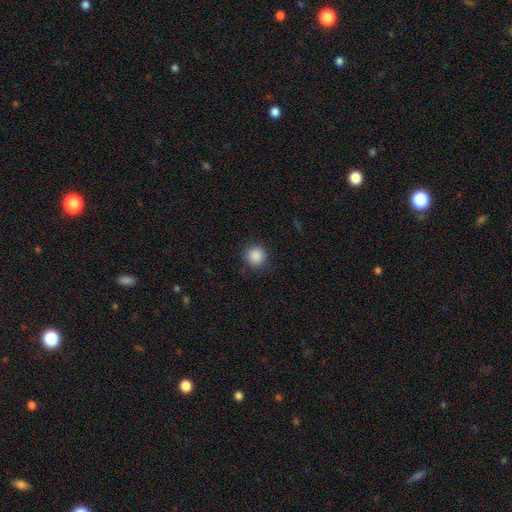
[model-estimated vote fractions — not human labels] smooth-or-featured: smooth: 88% | star or artifact: 10% | featured or disk: 3%
  how-rounded: round: 92% | in between: 7% | cigar-shaped: 1%
  merging: none: 89% | minor disturbance: 8% | major disturbance: 3% | merger: 1%